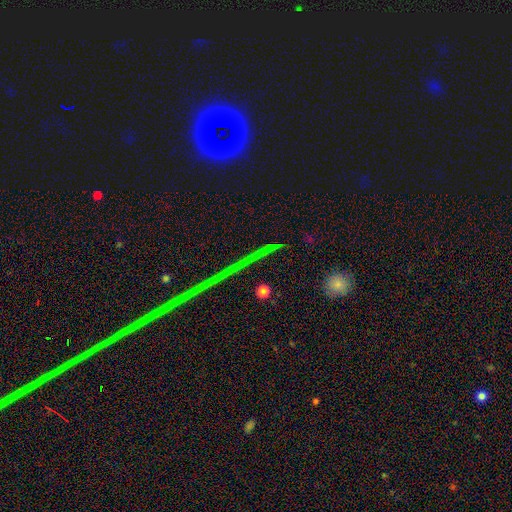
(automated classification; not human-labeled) Q: Smooth or featured?
A: star or artifact (82%); runner-up: smooth (9%)